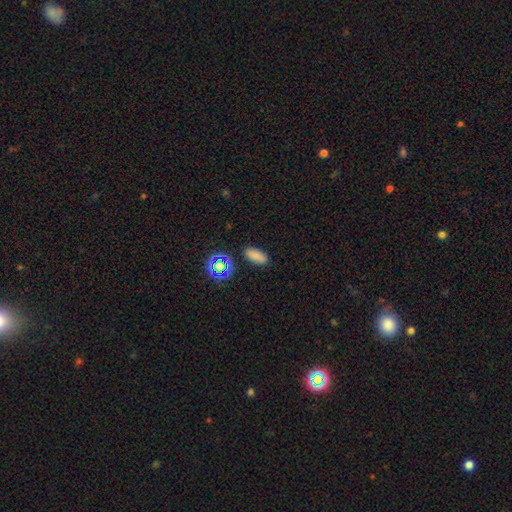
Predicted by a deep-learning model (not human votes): This is likely a smooth galaxy (77%). How rounded: clearly in between (85%). Merging: clearly none (85%).